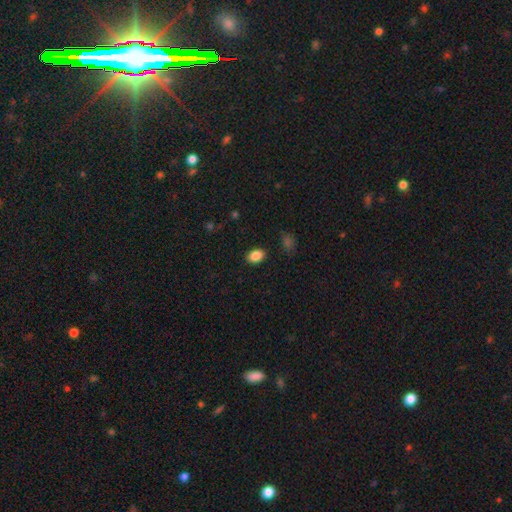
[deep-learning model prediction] Morphology: type=smooth (87%); roundness=in between (81%); merging=none (88%).